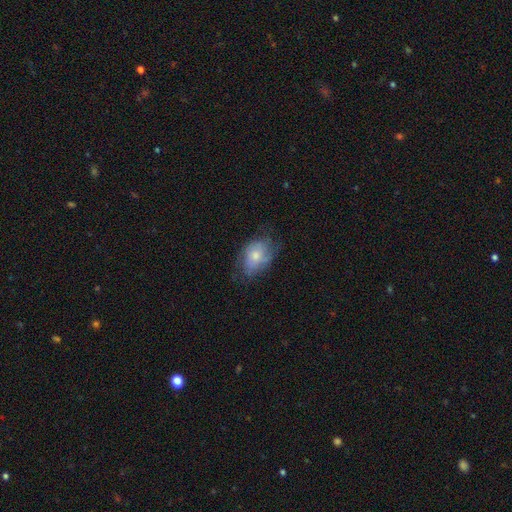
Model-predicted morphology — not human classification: This appears to be a smooth galaxy with no disk features (60%) that is in between round and cigar-shaped (77%). Merging: none (54%).